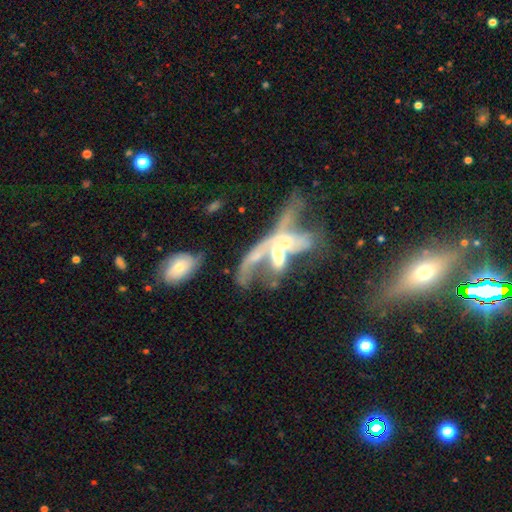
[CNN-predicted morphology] A featured or disk galaxy (63%). Merging: merger (66%).